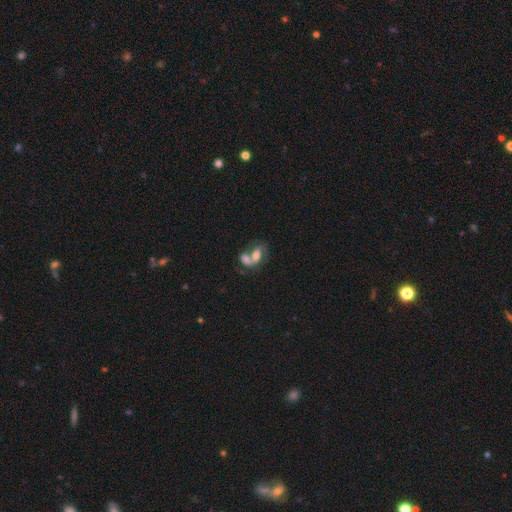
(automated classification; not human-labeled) Q: Smooth or featured?
A: smooth (53%); runner-up: featured or disk (37%)
Q: How rounded?
A: in between (83%); runner-up: round (13%)
Q: Merging?
A: merger (67%); runner-up: none (17%)